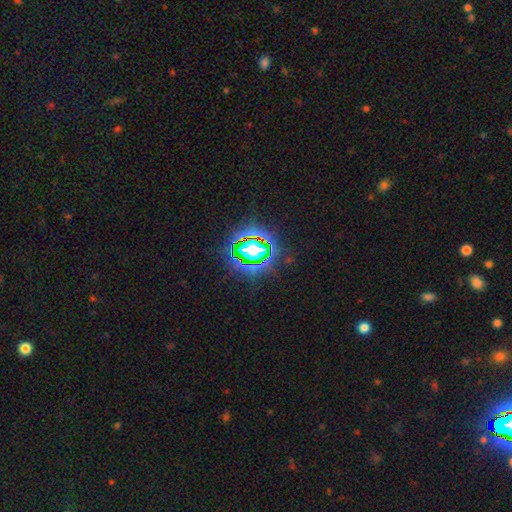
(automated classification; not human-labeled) star or artifact 64%, smooth 24%, featured or disk 13%.